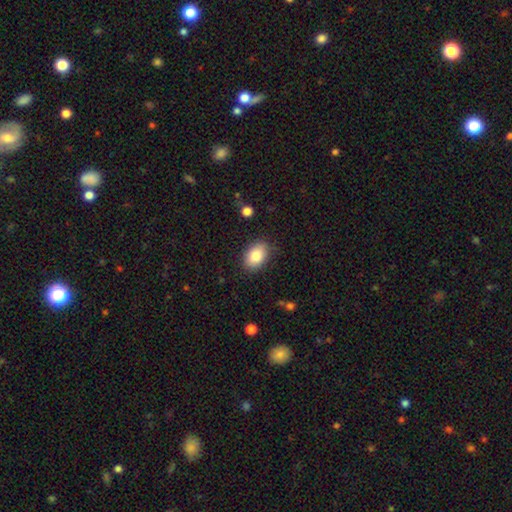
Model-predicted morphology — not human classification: Overall: smooth (83%). How rounded: in between (85%). Merging: none (85%).